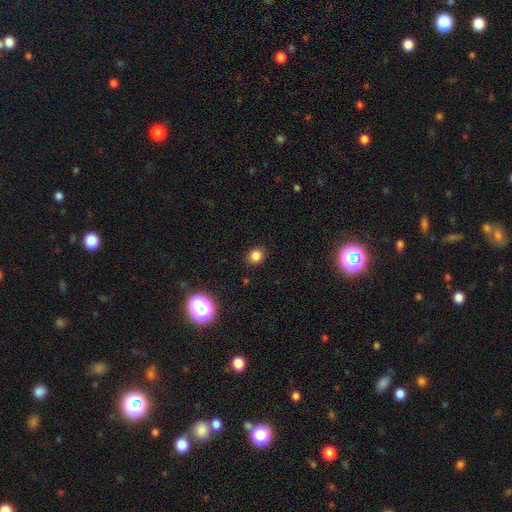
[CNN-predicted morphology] smooth 81%, star or artifact 14%, featured or disk 4%. Down the decision tree: how rounded — round (74%); merging — none (88%).